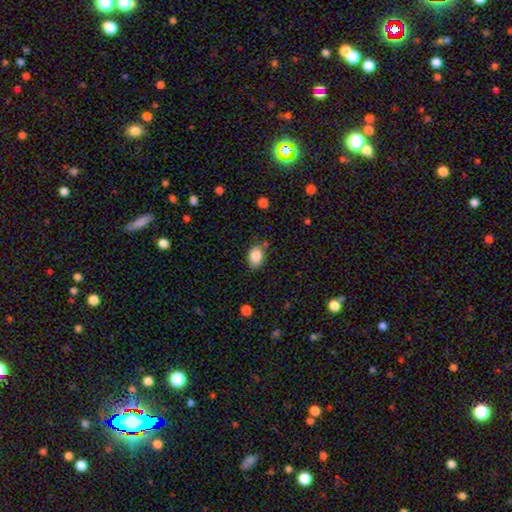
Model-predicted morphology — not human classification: Q: Smooth or featured?
A: smooth (87%); runner-up: star or artifact (8%)
Q: How rounded?
A: in between (80%); runner-up: round (19%)
Q: Merging?
A: none (73%); runner-up: minor disturbance (18%)